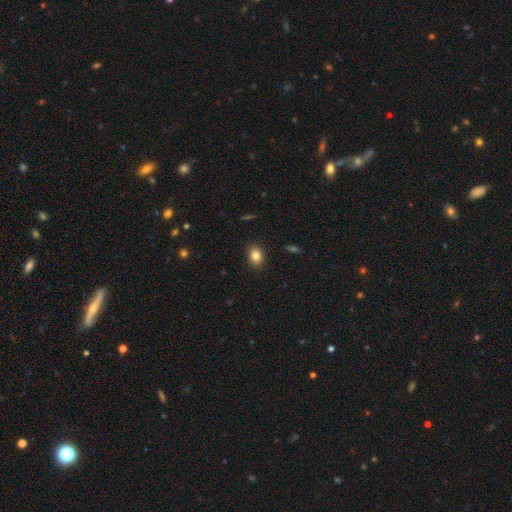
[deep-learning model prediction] This appears to be a smooth galaxy with no disk features (84%) that is in between round and cigar-shaped (62%). Merging: none (89%).